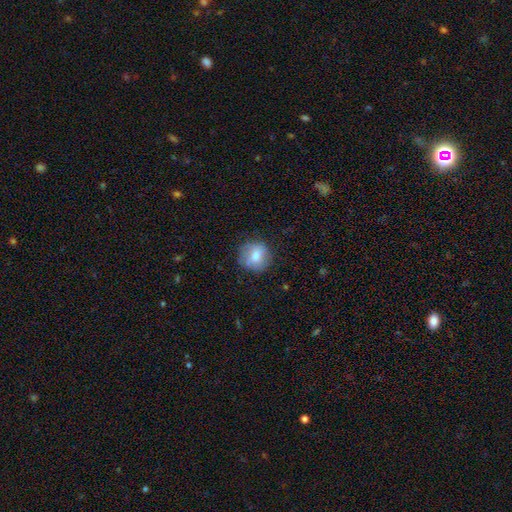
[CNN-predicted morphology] Smooth or featured?
  - smooth: 71% *
  - featured or disk: 20%
  - star or artifact: 9%
How rounded?
  - round: 88% *
  - in between: 11%
  - cigar-shaped: 1%
Merging?
  - none: 77% *
  - minor disturbance: 16%
  - major disturbance: 5%
  - merger: 1%